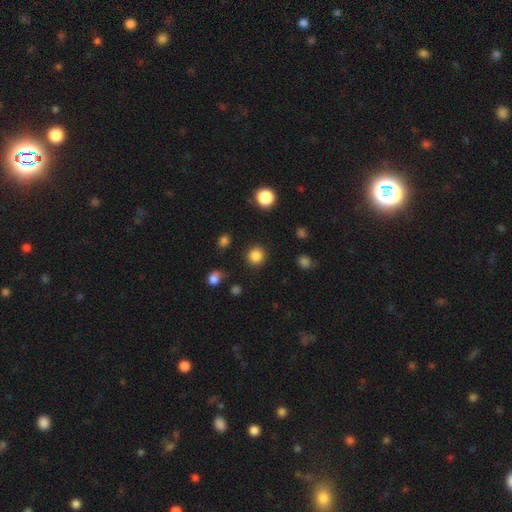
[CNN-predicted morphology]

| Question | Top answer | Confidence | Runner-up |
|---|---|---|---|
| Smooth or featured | smooth | 85% | star or artifact (11%) |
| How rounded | round | 94% | in between (5%) |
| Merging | none | 91% | minor disturbance (5%) |